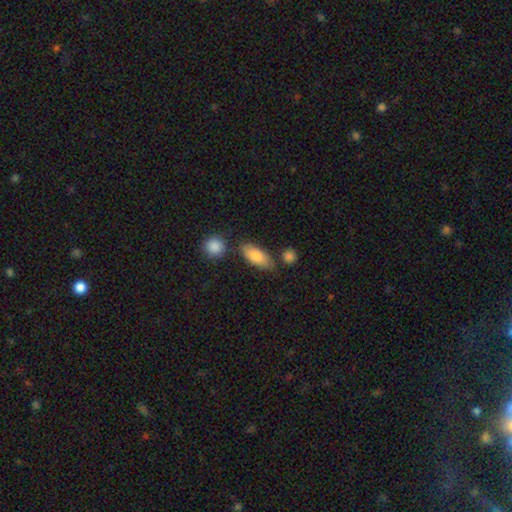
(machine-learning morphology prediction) type=smooth (83%); roundness=in between (82%); merging=none (71%).